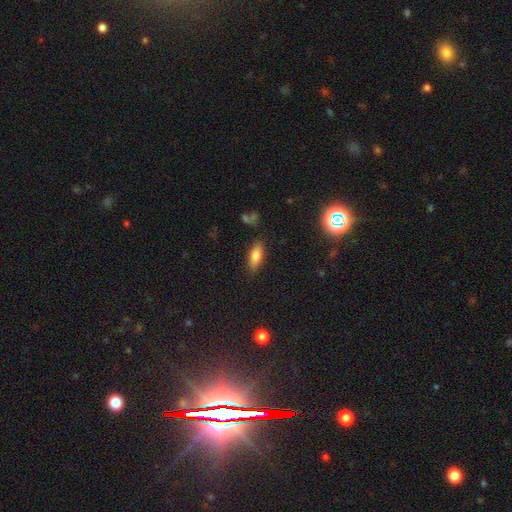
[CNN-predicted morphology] smooth_or_featured: smooth (p=0.80) [alt: star or artifact p=0.10]
how_rounded: in between (p=0.76) [alt: cigar-shaped p=0.21]
merging: none (p=0.81) [alt: minor disturbance p=0.13]